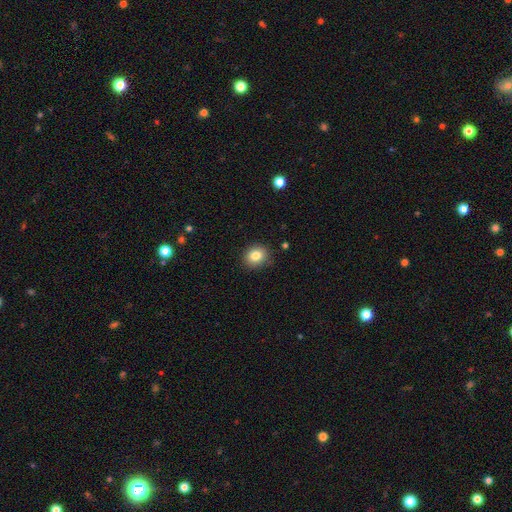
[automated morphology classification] smooth_or_featured: smooth (p=0.82) [alt: star or artifact p=0.10]
how_rounded: round (p=0.69) [alt: in between p=0.30]
merging: none (p=0.87) [alt: minor disturbance p=0.10]